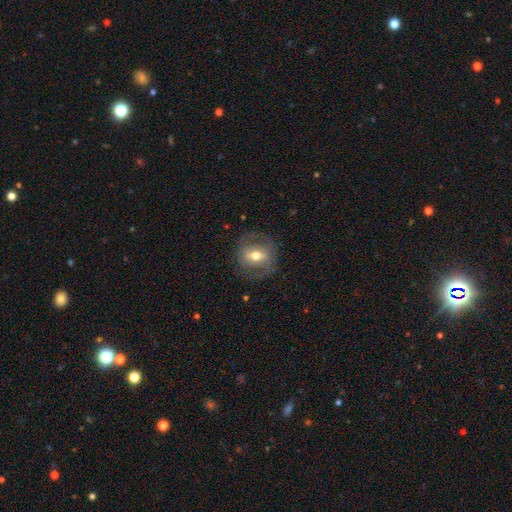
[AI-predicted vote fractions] Smooth or featured?
  - featured or disk: 60% *
  - smooth: 33%
  - star or artifact: 7%
Edge-on disk?
  - no: 89% *
  - yes: 11%
Bar?
  - strong: 42% *
  - weak: 38%
  - no: 20%
Spiral arms?
  - yes: 50% * (tied)
  - no: 50% * (tied)
Bulge size?
  - moderate: 74% *
  - small: 14%
  - large: 10%
  - dominant: 1%
  - none: 1%
Merging?
  - none: 75% *
  - minor disturbance: 15%
  - major disturbance: 9%
  - merger: 1%